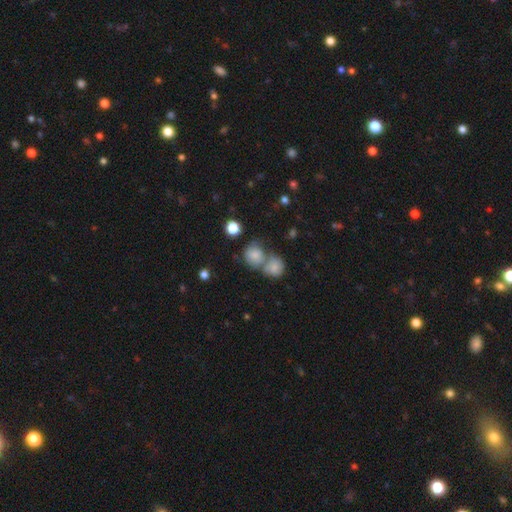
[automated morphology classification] A smooth galaxy with no disk features (77%) that is round (73%).

Vote fractions:
- Smooth or featured? smooth: 77% / featured or disk: 14% / star or artifact: 9%
- How rounded? round: 73% / in between: 26% / cigar-shaped: 1%
- Merging? merger: 55% / none: 29% / minor disturbance: 10% / major disturbance: 5%